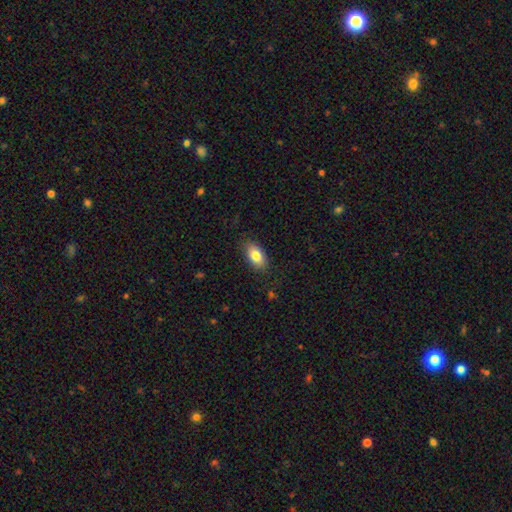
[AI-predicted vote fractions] Smooth or featured?
  - smooth: 83% *
  - featured or disk: 10%
  - star or artifact: 7%
How rounded?
  - in between: 91% *
  - round: 5%
  - cigar-shaped: 3%
Merging?
  - none: 84% *
  - minor disturbance: 12%
  - major disturbance: 3%
  - merger: 1%